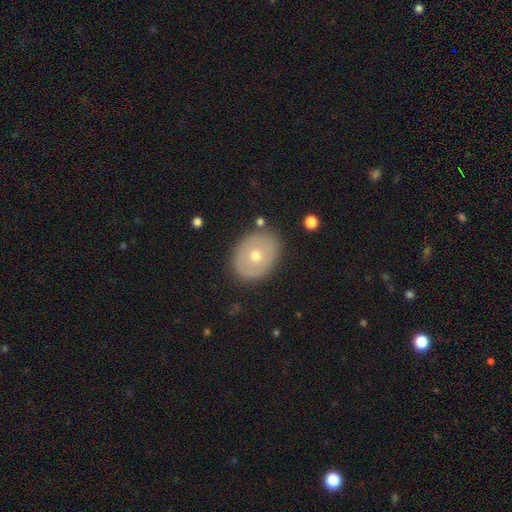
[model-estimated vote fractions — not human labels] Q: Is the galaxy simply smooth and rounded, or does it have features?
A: smooth — 55%.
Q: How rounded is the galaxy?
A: in between — 55%.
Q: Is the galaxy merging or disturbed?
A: none — 86%.